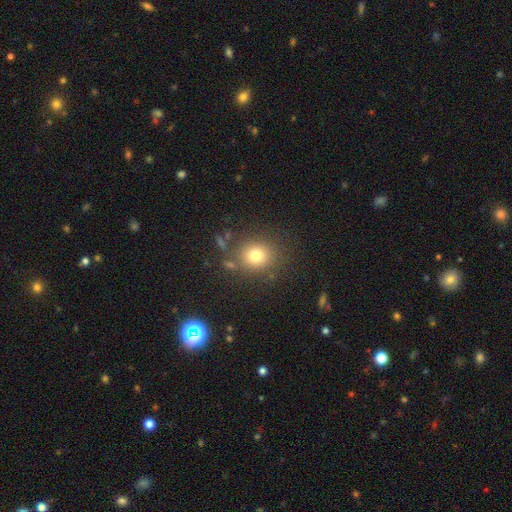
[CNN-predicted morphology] Overall: smooth (76%). How rounded: round (81%). Merging: none (81%).